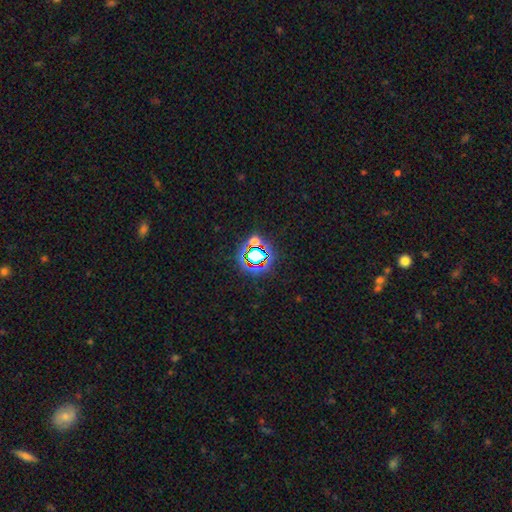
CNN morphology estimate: type=star or artifact (66%).